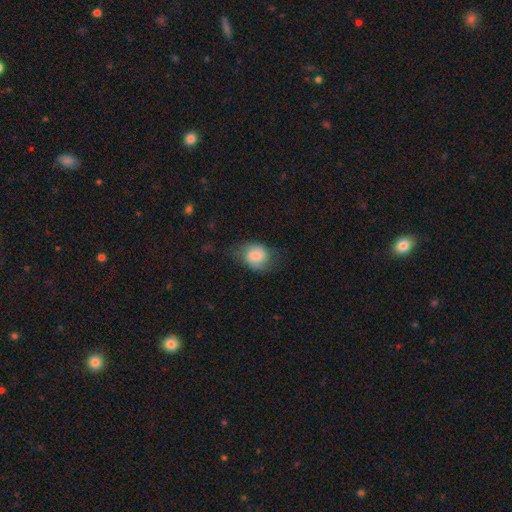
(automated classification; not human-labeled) smooth_or_featured: smooth (p=0.78) [alt: featured or disk p=0.14]
how_rounded: round (p=0.63) [alt: in between p=0.36]
merging: none (p=0.54) [alt: minor disturbance p=0.30]